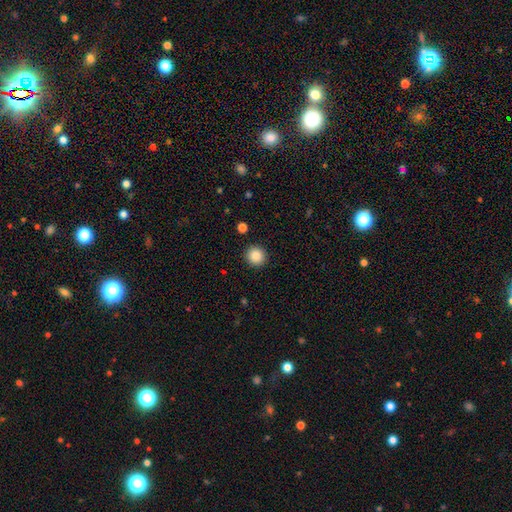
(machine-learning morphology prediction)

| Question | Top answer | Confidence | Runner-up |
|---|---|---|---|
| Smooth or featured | smooth | 87% | star or artifact (9%) |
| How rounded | round | 94% | in between (5%) |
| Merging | none | 92% | minor disturbance (5%) |